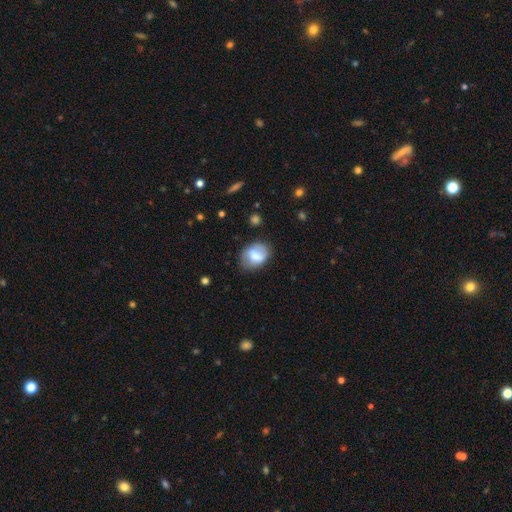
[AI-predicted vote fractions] A smooth galaxy with no disk features (60%) that is in between round and cigar-shaped (73%). Merging: none (72%).